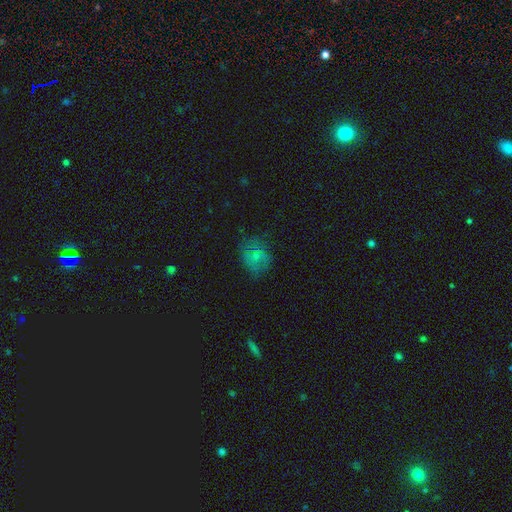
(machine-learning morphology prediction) Q: Smooth or featured?
A: smooth (61%); runner-up: featured or disk (26%)
Q: How rounded?
A: round (59%); runner-up: in between (40%)
Q: Merging?
A: none (53%); runner-up: minor disturbance (27%)